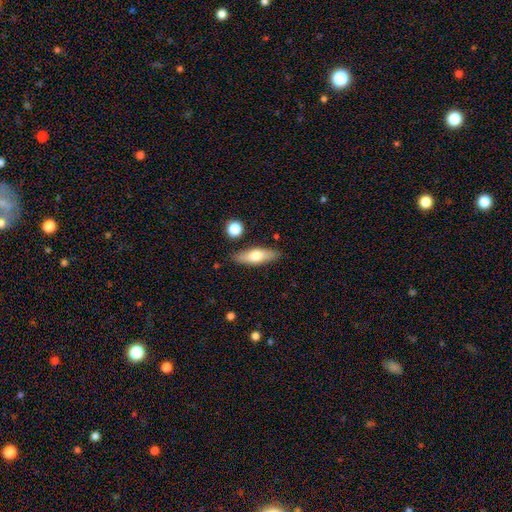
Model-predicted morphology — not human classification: A smooth galaxy with no disk features (65%) that is in between round and cigar-shaped (58%). Merging: none (84%).